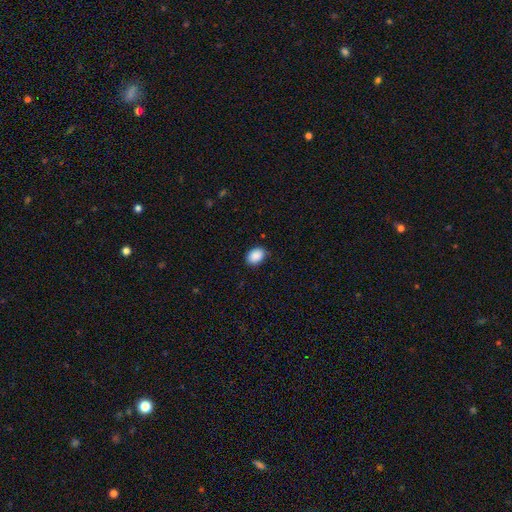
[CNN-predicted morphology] This is clearly a smooth galaxy (89%). How rounded: likely in between (70%). Merging: clearly none (82%).